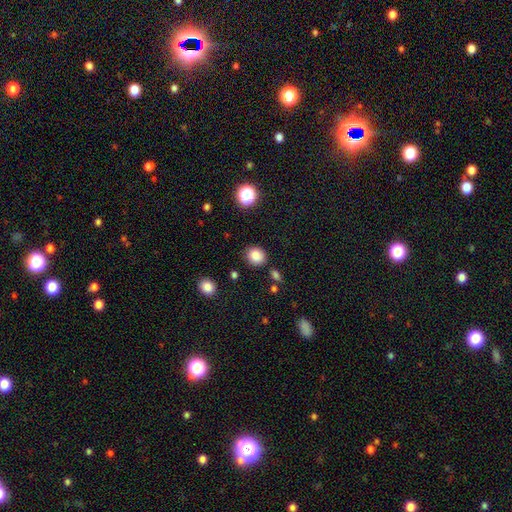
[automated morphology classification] smooth 85%, star or artifact 11%, featured or disk 4%. Down the decision tree: how rounded — round (74%); merging — none (82%).